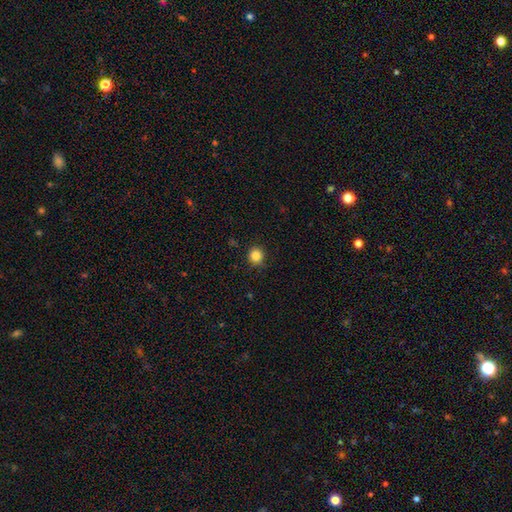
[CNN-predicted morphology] A smooth galaxy with no disk features (85%) that is round (91%). Merging: none (86%).